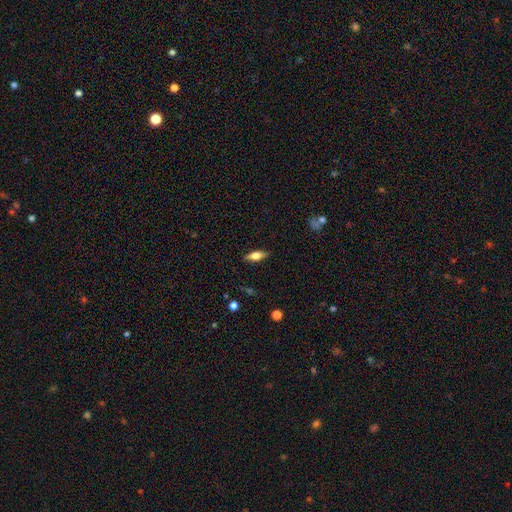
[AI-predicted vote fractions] Morphology: type=smooth (50%); roundness=in between (62%); merging=none (88%).